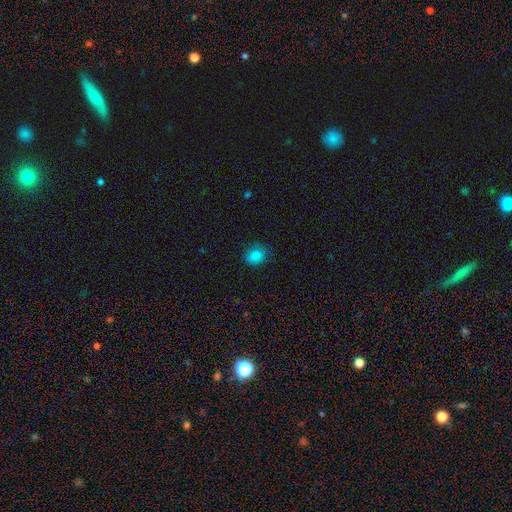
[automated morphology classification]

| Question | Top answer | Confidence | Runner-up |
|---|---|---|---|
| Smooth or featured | smooth | 85% | star or artifact (11%) |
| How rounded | in between | 51% | round (48%) |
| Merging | none | 77% | minor disturbance (18%) |